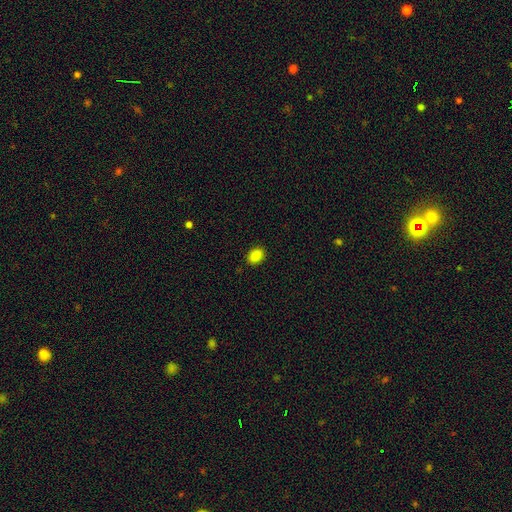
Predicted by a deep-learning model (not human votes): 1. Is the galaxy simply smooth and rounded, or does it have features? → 87% smooth, 10% star or artifact, 3% featured or disk.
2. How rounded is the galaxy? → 71% in between, 28% round, 1% cigar-shaped.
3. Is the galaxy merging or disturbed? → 89% none, 8% minor disturbance, 2% major disturbance, 1% merger.